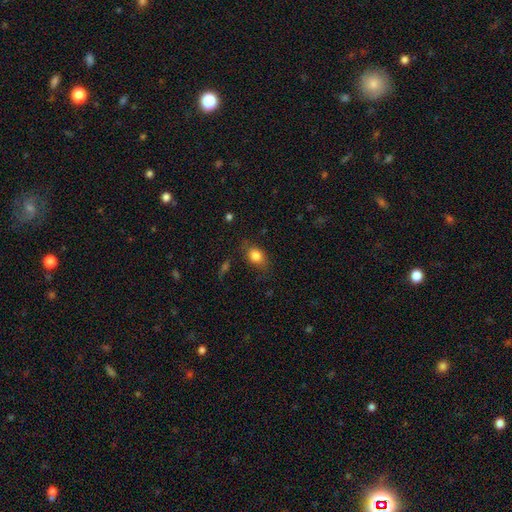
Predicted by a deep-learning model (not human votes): Smooth or featured?
  - smooth: 81% *
  - featured or disk: 10%
  - star or artifact: 9%
How rounded?
  - in between: 70% *
  - round: 27%
  - cigar-shaped: 2%
Merging?
  - none: 70% *
  - minor disturbance: 21%
  - major disturbance: 7%
  - merger: 2%